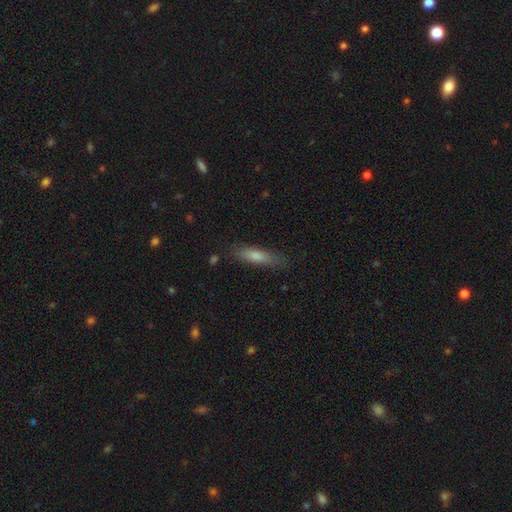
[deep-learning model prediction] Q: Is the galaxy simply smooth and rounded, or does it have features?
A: smooth — 69%.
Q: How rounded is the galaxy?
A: cigar-shaped — 76%.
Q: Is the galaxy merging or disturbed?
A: none — 83%.